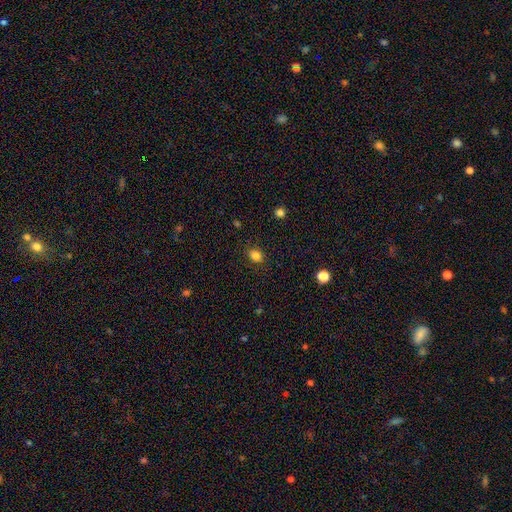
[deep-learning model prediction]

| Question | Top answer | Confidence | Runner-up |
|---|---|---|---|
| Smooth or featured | smooth | 83% | star or artifact (12%) |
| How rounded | in between | 54% | round (45%) |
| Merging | none | 85% | minor disturbance (10%) |